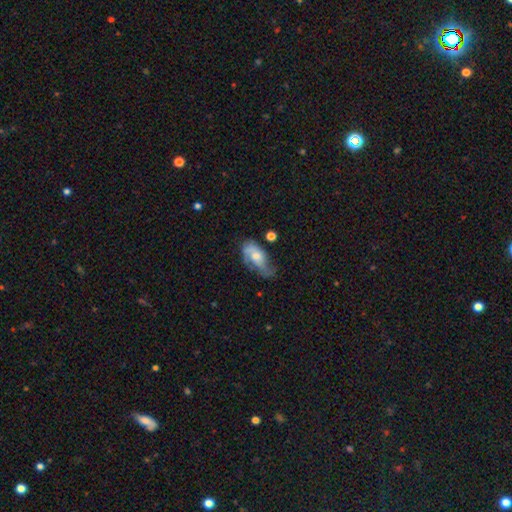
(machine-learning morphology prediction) smooth_or_featured: featured or disk (p=0.55) [alt: smooth p=0.37]
disk_edge_on: no (p=0.93) [alt: yes p=0.07]
bar: no (p=0.69) [alt: weak p=0.26]
has_spiral_arms: yes (p=0.79) [alt: no p=0.21]
bulge_size: moderate (p=0.51) [alt: small p=0.32]
merging: none (p=0.37) [alt: minor disturbance p=0.32]